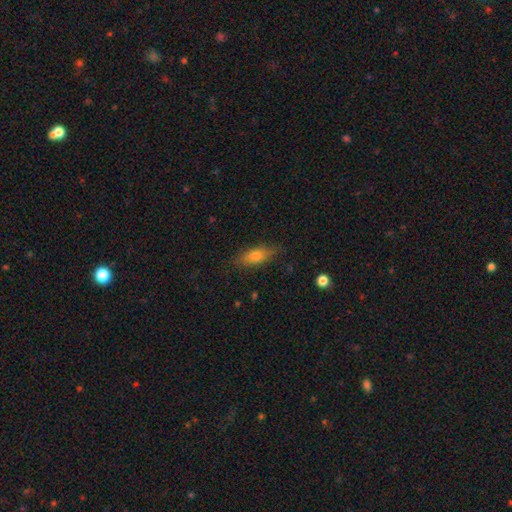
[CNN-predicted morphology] A smooth galaxy with no disk features (69%) that is in between round and cigar-shaped (65%).

Vote fractions:
- Smooth or featured? smooth: 69% / featured or disk: 23% / star or artifact: 8%
- How rounded? in between: 65% / cigar-shaped: 31% / round: 4%
- Merging? none: 82% / minor disturbance: 14% / major disturbance: 3% / merger: 1%